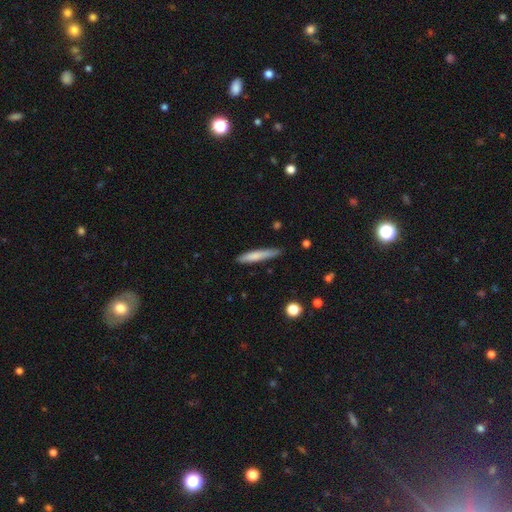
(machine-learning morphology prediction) Smooth or featured?
  - smooth: 76% *
  - featured or disk: 18%
  - star or artifact: 6%
How rounded?
  - cigar-shaped: 92% *
  - in between: 7%
  - round: 1%
Merging?
  - none: 81% *
  - minor disturbance: 15%
  - major disturbance: 3%
  - merger: 2%